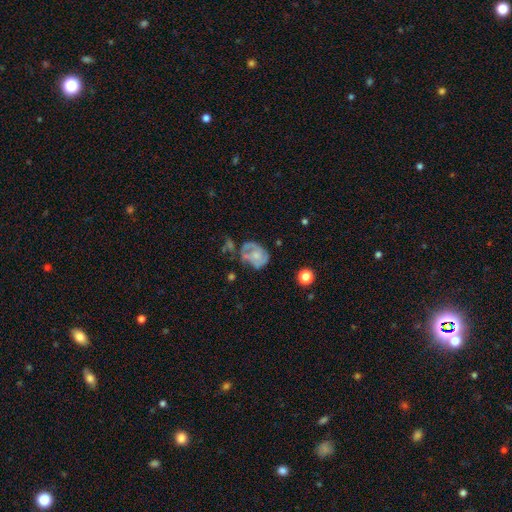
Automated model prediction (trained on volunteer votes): smooth_or_featured: featured or disk (p=0.62) [alt: smooth p=0.30]
disk_edge_on: no (p=0.98) [alt: yes p=0.02]
bar: no (p=0.78) [alt: weak p=0.19]
has_spiral_arms: yes (p=0.65) [alt: no p=0.35]
bulge_size: small (p=0.43) [alt: moderate p=0.38]
merging: none (p=0.38) [alt: minor disturbance p=0.28]